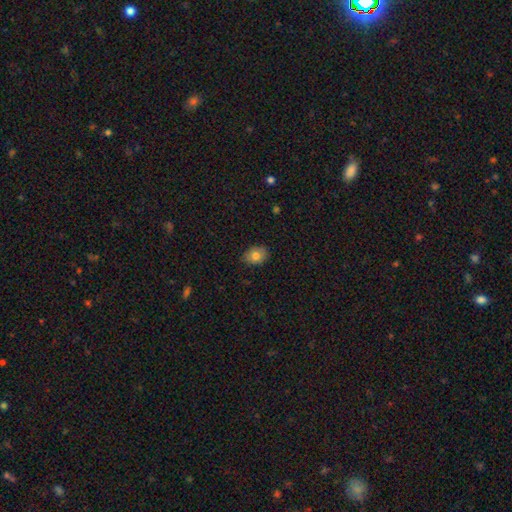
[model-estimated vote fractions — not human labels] smooth_or_featured: smooth (p=0.80) [alt: featured or disk p=0.11]
how_rounded: in between (p=0.70) [alt: round p=0.29]
merging: none (p=0.84) [alt: minor disturbance p=0.13]